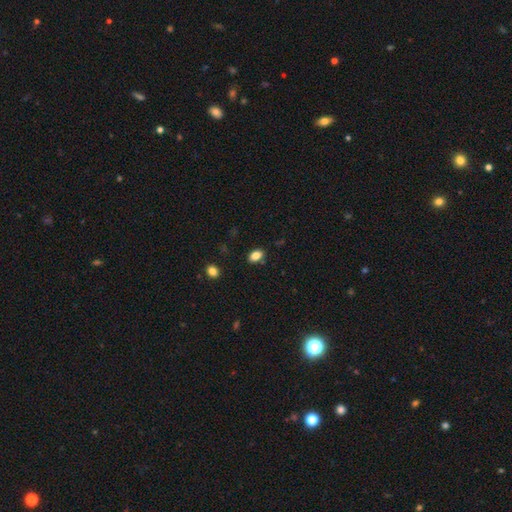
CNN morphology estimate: Smooth or featured? Predicted: smooth (p=0.83). How rounded? Predicted: in between (p=0.84). Merging? Predicted: none (p=0.84).